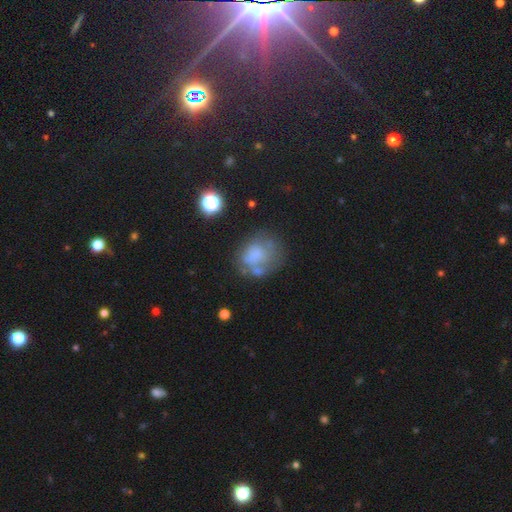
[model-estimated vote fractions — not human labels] smooth-or-featured: smooth: 52% | featured or disk: 34% | star or artifact: 15%
  how-rounded: round: 60% | in between: 39% | cigar-shaped: 1%
  merging: none: 42% | minor disturbance: 25% | major disturbance: 22% | merger: 11%